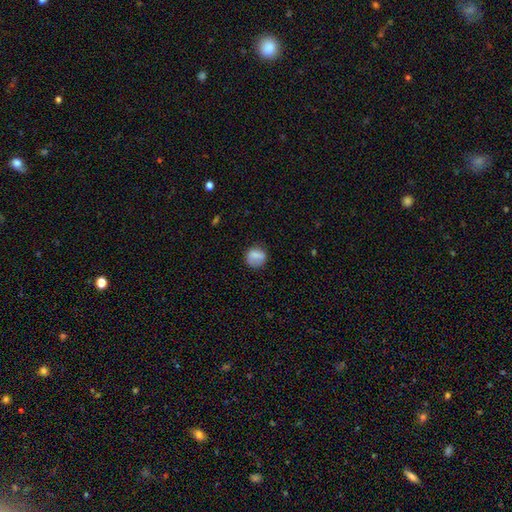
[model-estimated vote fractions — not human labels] This is likely a smooth galaxy (78%). How rounded: clearly round (82%). Merging: likely none (71%).